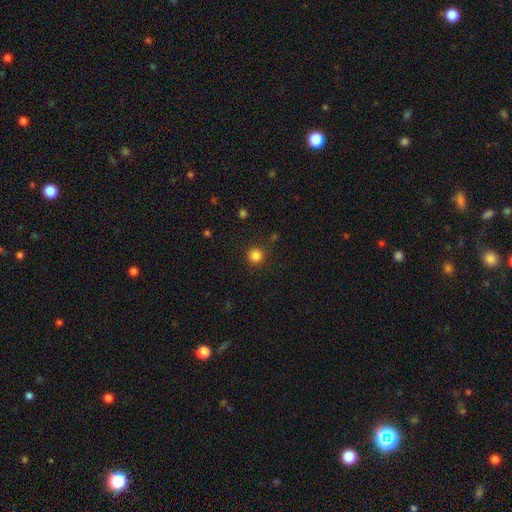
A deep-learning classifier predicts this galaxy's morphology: Smooth or featured? Predicted: smooth (p=0.84). How rounded? Predicted: round (p=0.95). Merging? Predicted: none (p=0.90).